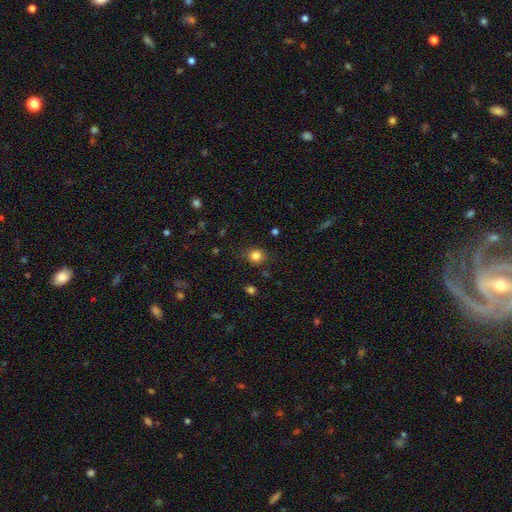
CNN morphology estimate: Overall: smooth (83%). How rounded: round (77%). Merging: none (81%).